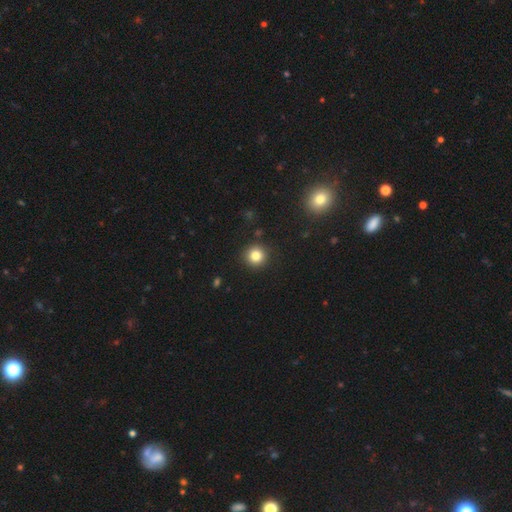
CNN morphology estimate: The model was most divided on "smooth or featured": smooth: 82%, star or artifact: 12%, featured or disk: 6%. More confident: how rounded — round (94%); merging — none (91%).